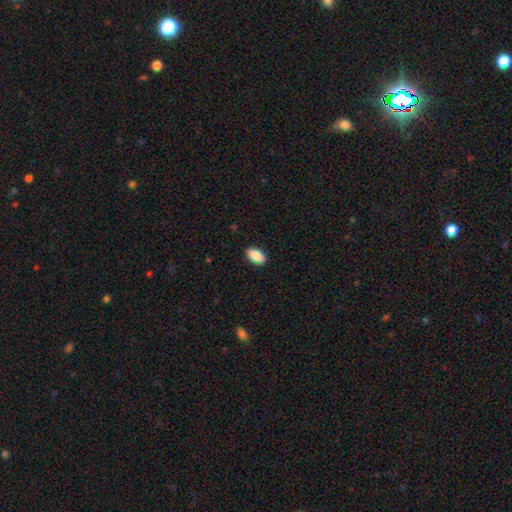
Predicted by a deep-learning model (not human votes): The model was most divided on "merging": none: 90%, minor disturbance: 7%, major disturbance: 2%, merger: 1%. More confident: how rounded — in between (94%); smooth or featured — smooth (90%).